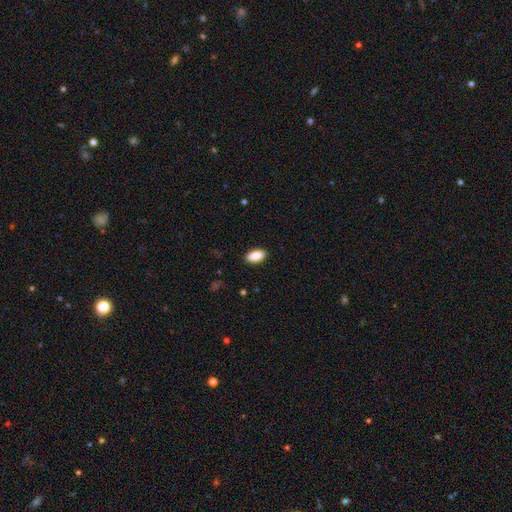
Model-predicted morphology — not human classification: type=smooth (89%); roundness=in between (92%); merging=none (90%).